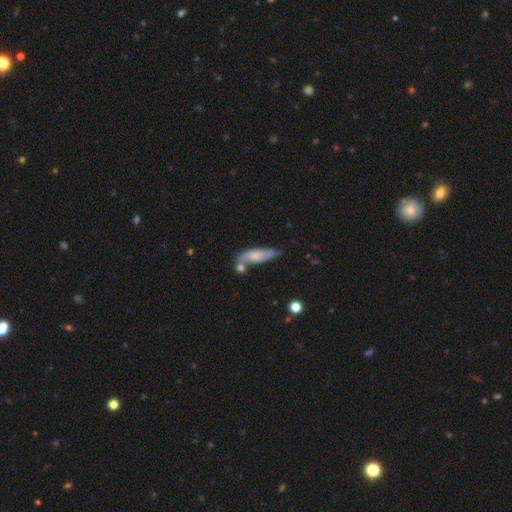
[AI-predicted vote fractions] smooth 64%, featured or disk 29%, star or artifact 7%. Down the decision tree: how rounded — cigar-shaped (51%); merging — none (54%).